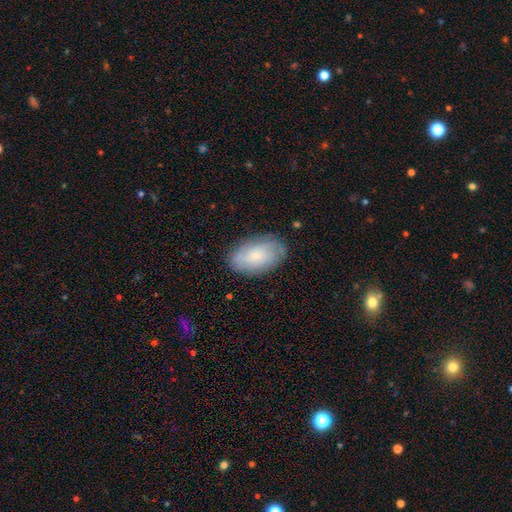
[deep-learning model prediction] smooth-or-featured: smooth: 57% | featured or disk: 35% | star or artifact: 7%
  how-rounded: in between: 93% | round: 6% | cigar-shaped: 2%
  merging: none: 81% | minor disturbance: 15% | major disturbance: 4% | merger: 1%